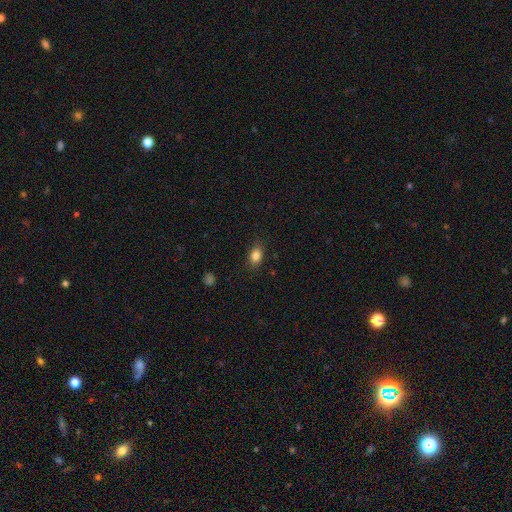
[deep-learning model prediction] Smooth or featured?
  - smooth: 84% *
  - star or artifact: 10%
  - featured or disk: 6%
How rounded?
  - in between: 79% *
  - round: 19%
  - cigar-shaped: 2%
Merging?
  - none: 84% *
  - minor disturbance: 12%
  - major disturbance: 3%
  - merger: 1%